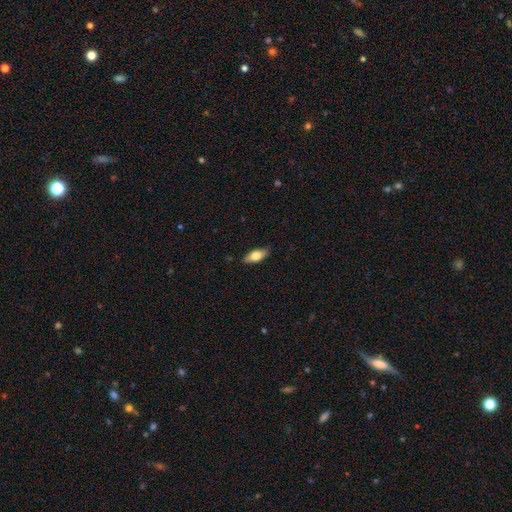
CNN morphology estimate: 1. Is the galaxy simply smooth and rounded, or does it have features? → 73% smooth, 21% featured or disk, 6% star or artifact.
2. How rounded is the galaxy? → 81% in between, 17% cigar-shaped, 3% round.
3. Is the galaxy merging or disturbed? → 87% none, 10% minor disturbance, 2% major disturbance, 1% merger.